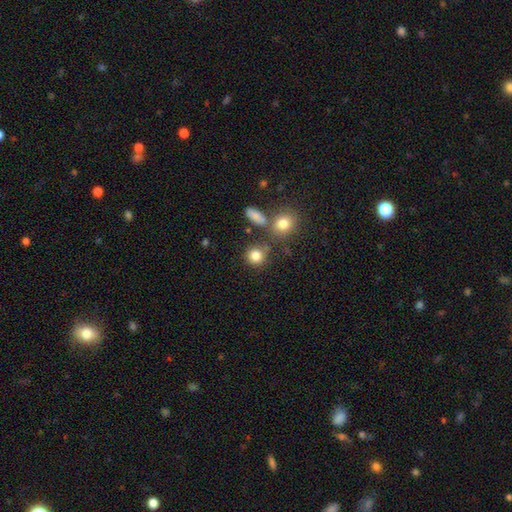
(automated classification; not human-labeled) A smooth galaxy with no disk features (83%) that is round (85%).

Vote fractions:
- Smooth or featured? smooth: 83% / star or artifact: 11% / featured or disk: 6%
- How rounded? round: 85% / in between: 14% / cigar-shaped: 1%
- Merging? none: 71% / merger: 13% / minor disturbance: 11% / major disturbance: 5%